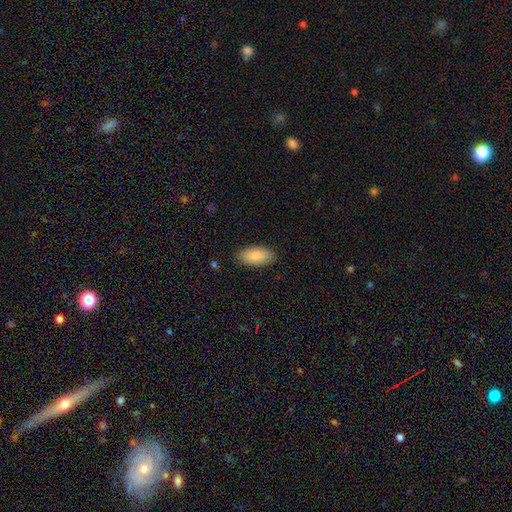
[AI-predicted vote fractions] Smooth or featured?
  - smooth: 87% *
  - featured or disk: 7%
  - star or artifact: 6%
How rounded?
  - in between: 91% *
  - cigar-shaped: 7%
  - round: 2%
Merging?
  - none: 87% *
  - minor disturbance: 10%
  - major disturbance: 2%
  - merger: 1%